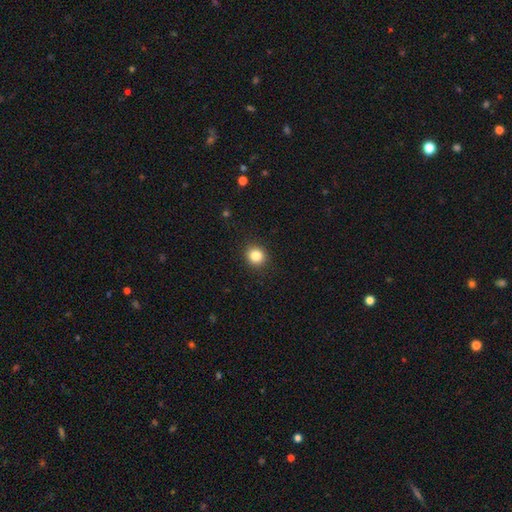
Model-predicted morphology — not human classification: Smooth or featured?
  - smooth: 84% *
  - star or artifact: 11%
  - featured or disk: 5%
How rounded?
  - round: 88% *
  - in between: 12%
  - cigar-shaped: 1%
Merging?
  - none: 91% *
  - minor disturbance: 6%
  - major disturbance: 2%
  - merger: 1%